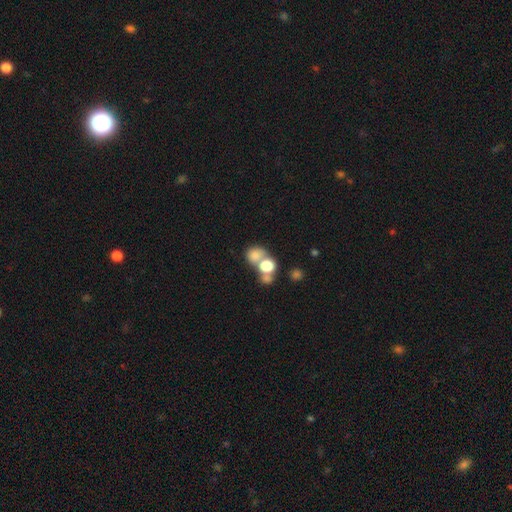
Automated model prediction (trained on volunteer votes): The model was most divided on "merging": merger: 54%, none: 32%, minor disturbance: 8%, major disturbance: 6%. More confident: smooth or featured — smooth (72%); how rounded — round (69%).